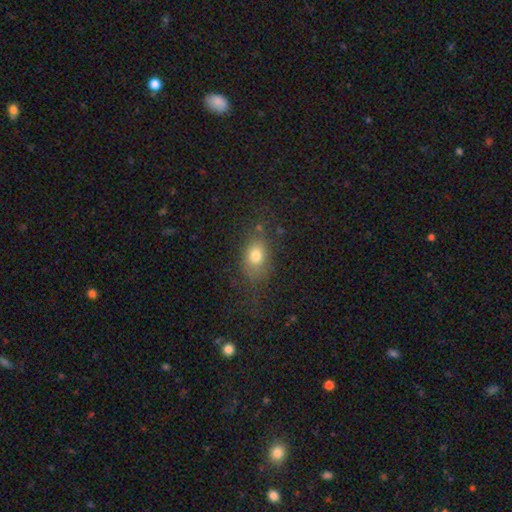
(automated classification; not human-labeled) smooth 76%, star or artifact 12%, featured or disk 12%. Down the decision tree: how rounded — in between (72%); merging — none (68%).